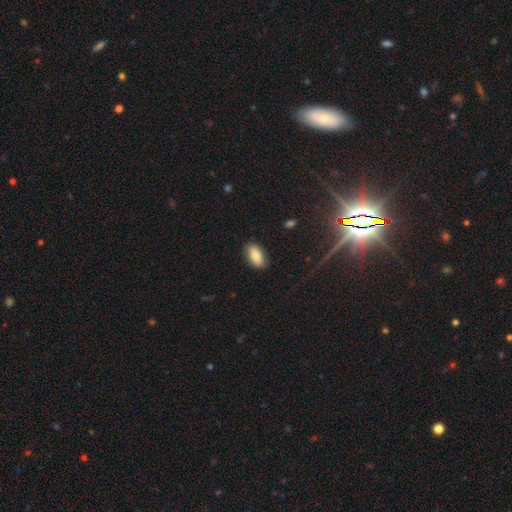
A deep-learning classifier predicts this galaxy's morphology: smooth-or-featured: smooth: 81% | featured or disk: 11% | star or artifact: 8%
  how-rounded: in between: 92% | round: 4% | cigar-shaped: 4%
  merging: none: 85% | minor disturbance: 12% | major disturbance: 2% | merger: 1%